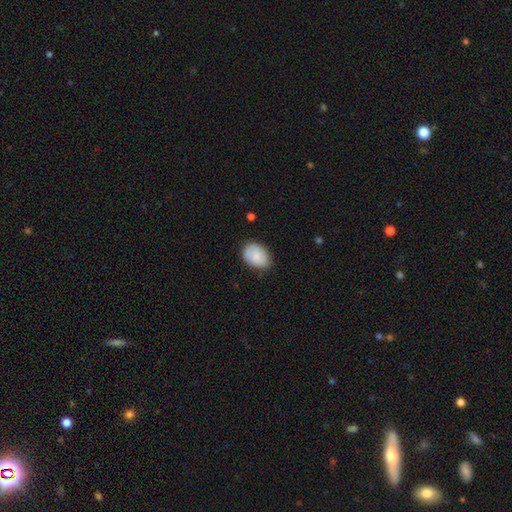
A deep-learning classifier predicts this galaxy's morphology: The model was most divided on "merging": none: 72%, minor disturbance: 22%, major disturbance: 4%, merger: 1%. More confident: smooth or featured — smooth (84%); how rounded — in between (82%).